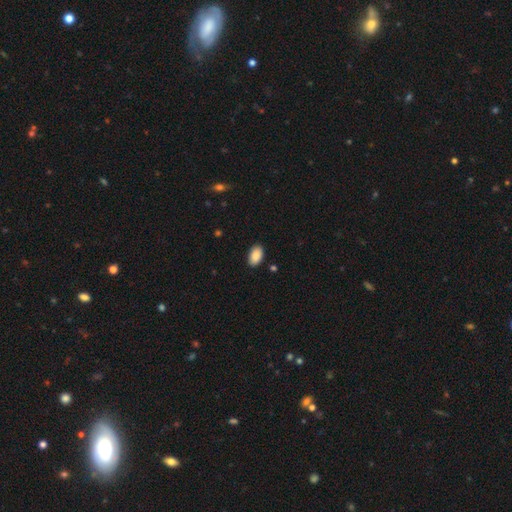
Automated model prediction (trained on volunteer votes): This appears to be a smooth galaxy with no disk features (90%) that is in between round and cigar-shaped (94%). Merging: none (88%).